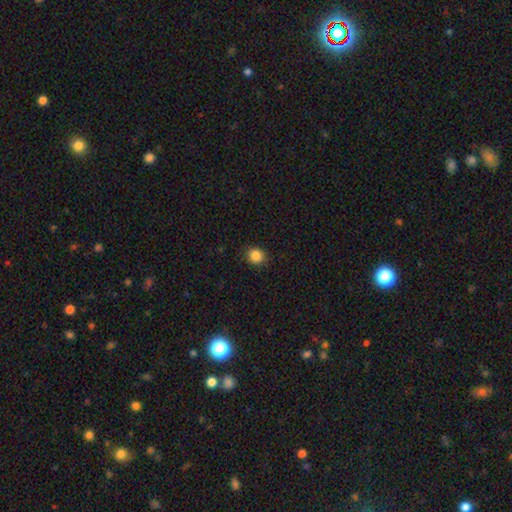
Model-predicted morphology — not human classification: A smooth galaxy with no disk features (86%) that is round (83%).

Vote fractions:
- Smooth or featured? smooth: 86% / star or artifact: 11% / featured or disk: 4%
- How rounded? round: 83% / in between: 16% / cigar-shaped: 1%
- Merging? none: 89% / minor disturbance: 8% / major disturbance: 2% / merger: 1%